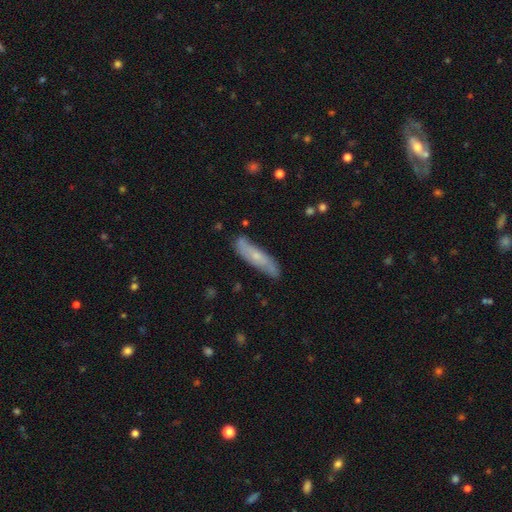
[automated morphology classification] Smooth or featured: smooth — 53% (featured or disk — 40%)
How rounded: cigar-shaped — 76% (in between — 22%)
Merging: none — 79% (minor disturbance — 16%)